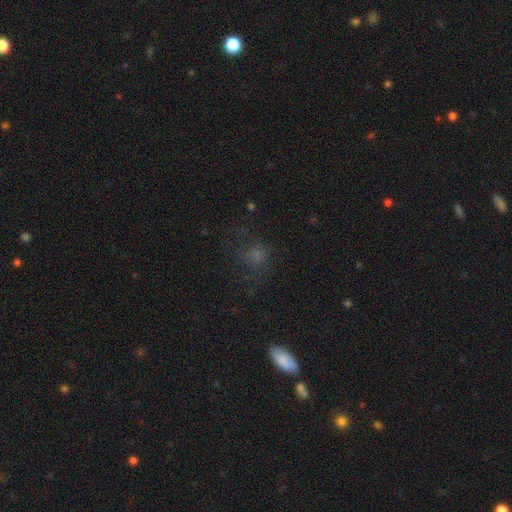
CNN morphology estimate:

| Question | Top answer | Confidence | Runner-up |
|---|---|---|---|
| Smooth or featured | smooth | 54% | star or artifact (26%) |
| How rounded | round | 69% | in between (29%) |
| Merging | none | 52% | major disturbance (27%) |